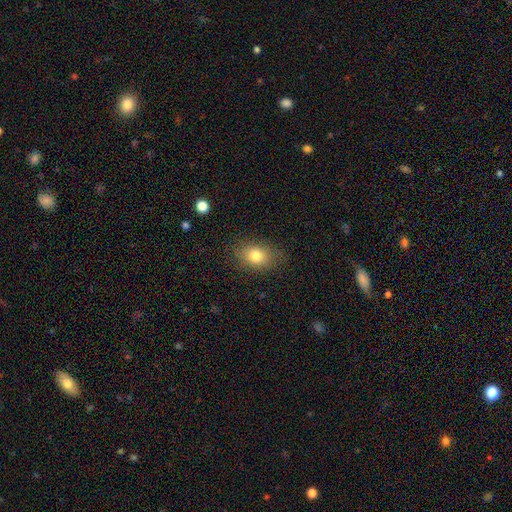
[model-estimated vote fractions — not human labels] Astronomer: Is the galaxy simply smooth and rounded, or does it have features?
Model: smooth — 80%.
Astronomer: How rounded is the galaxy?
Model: in between — 76%.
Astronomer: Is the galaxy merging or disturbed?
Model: none — 82%.